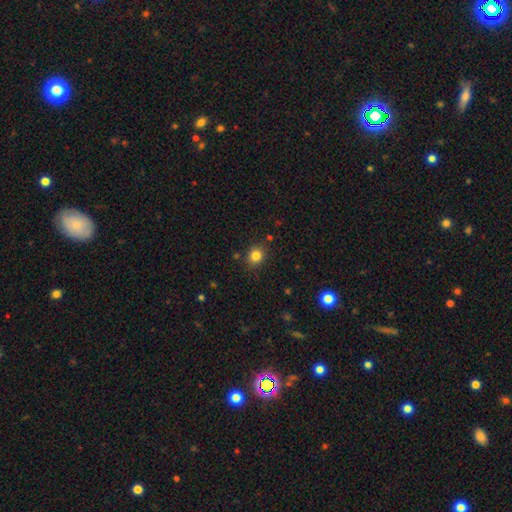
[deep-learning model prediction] A smooth galaxy with no disk features (82%) that is round (75%).

Vote fractions:
- Smooth or featured? smooth: 82% / star or artifact: 12% / featured or disk: 5%
- How rounded? round: 75% / in between: 24% / cigar-shaped: 1%
- Merging? none: 86% / minor disturbance: 9% / major disturbance: 3% / merger: 2%